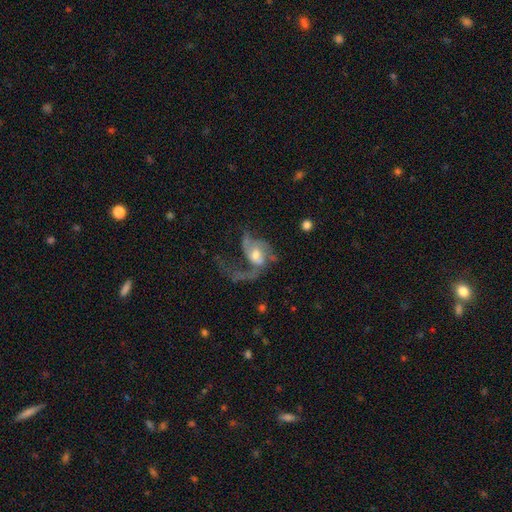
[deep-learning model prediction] Smooth or featured: featured or disk — 74% (smooth — 19%)
Edge-on disk: no — 97% (yes — 3%)
Bar: no — 58% (weak — 34%)
Spiral arms: yes — 82% (no — 18%)
Spiral winding: loose — 65% (medium — 28%)
Spiral arm count: 2 — 39% (1 — 29%)
Bulge size: moderate — 63% (small — 19%)
Merging: major disturbance — 59% (none — 22%)